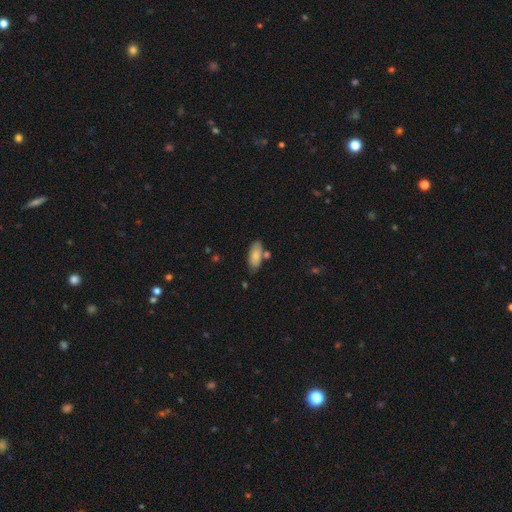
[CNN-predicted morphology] The model was most divided on "merging": none: 71%, minor disturbance: 16%, merger: 10%, major disturbance: 3%. More confident: smooth or featured — smooth (83%); how rounded — in between (82%).